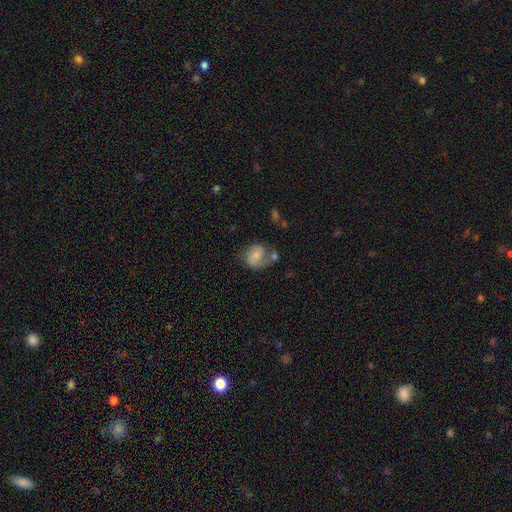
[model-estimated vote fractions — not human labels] This appears to be a featured or disk galaxy (49%). Merging: none (40%).